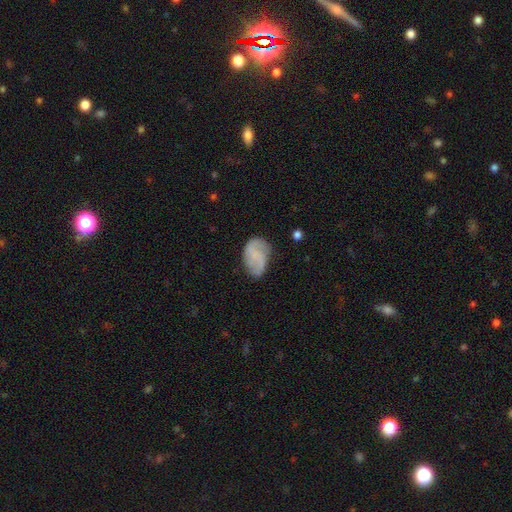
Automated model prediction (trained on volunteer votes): Smooth or featured? Predicted: featured or disk (p=0.46, tied with smooth). Merging? Predicted: none (p=0.58).